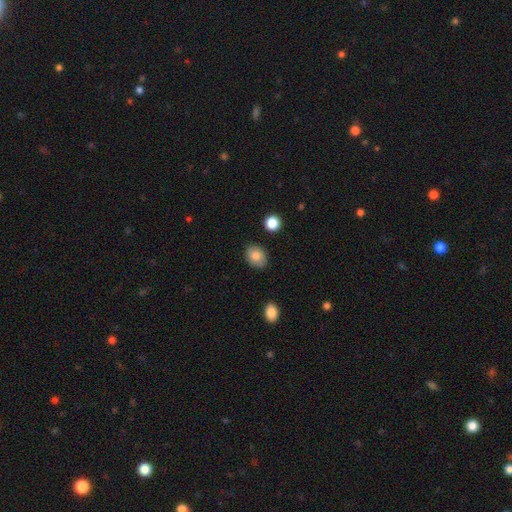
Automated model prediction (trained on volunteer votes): Smooth or featured: smooth — 84% (featured or disk — 8%)
How rounded: in between — 66% (round — 33%)
Merging: none — 84% (minor disturbance — 12%)